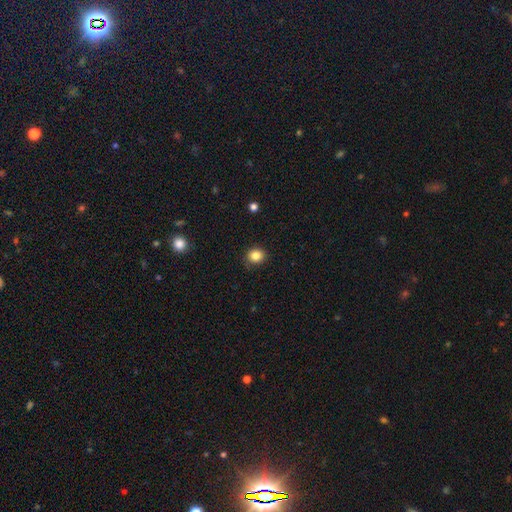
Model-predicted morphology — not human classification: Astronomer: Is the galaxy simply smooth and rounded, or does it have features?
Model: smooth — 84%.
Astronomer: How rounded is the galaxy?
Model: round — 82%.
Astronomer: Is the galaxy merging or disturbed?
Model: none — 87%.